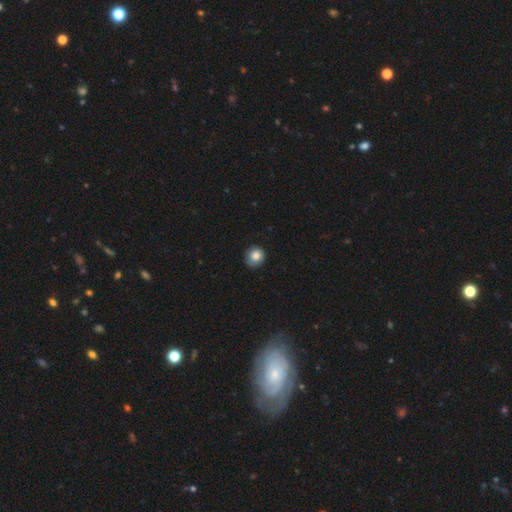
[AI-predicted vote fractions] Smooth or featured? Predicted: smooth (p=0.82). How rounded? Predicted: round (p=0.89). Merging? Predicted: none (p=0.80).